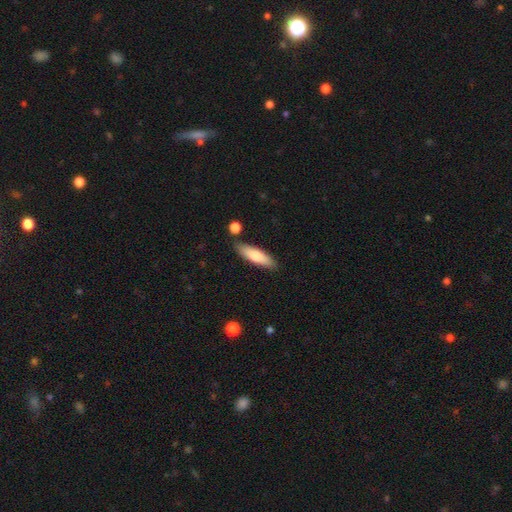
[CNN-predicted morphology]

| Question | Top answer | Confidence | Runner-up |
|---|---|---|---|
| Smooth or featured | smooth | 73% | featured or disk (21%) |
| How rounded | cigar-shaped | 60% | in between (38%) |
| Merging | none | 83% | minor disturbance (11%) |